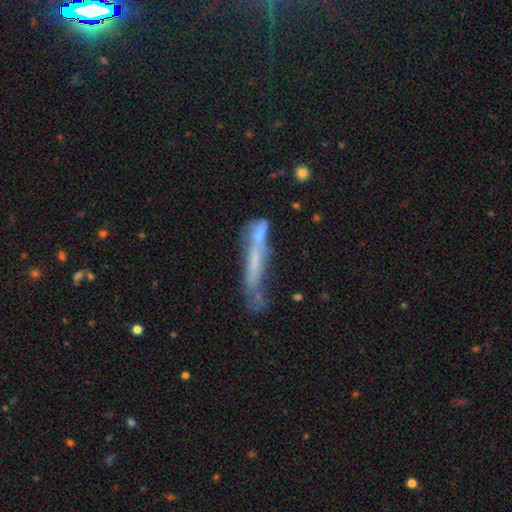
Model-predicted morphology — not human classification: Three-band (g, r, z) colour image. It shows a featured or disk galaxy (49%). Merging: none (41%).